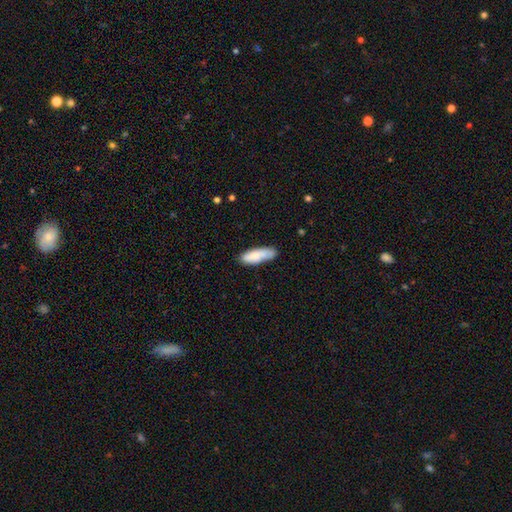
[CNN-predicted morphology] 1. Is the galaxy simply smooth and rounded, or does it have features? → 81% smooth, 13% featured or disk, 6% star or artifact.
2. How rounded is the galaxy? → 53% in between, 45% cigar-shaped, 2% round.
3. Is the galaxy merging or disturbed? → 67% none, 23% minor disturbance, 5% merger, 5% major disturbance.